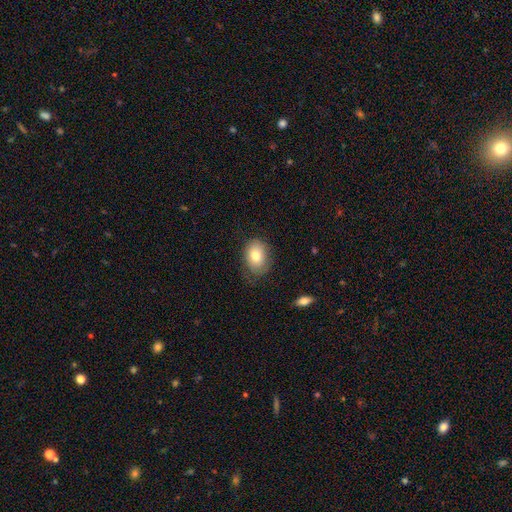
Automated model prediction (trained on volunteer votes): Overall: smooth (77%). How rounded: in between (71%). Merging: none (69%).